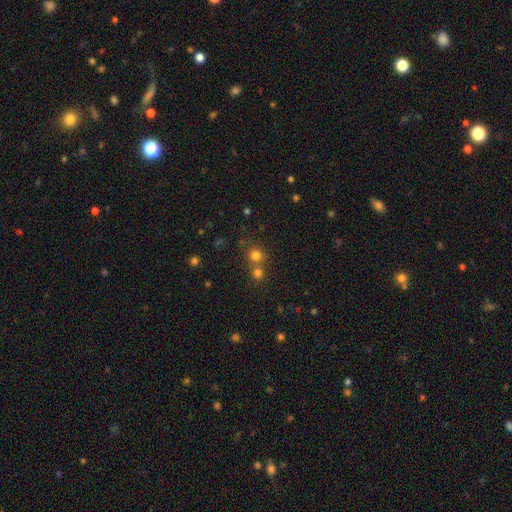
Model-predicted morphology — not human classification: Smooth or featured: smooth — 75% (star or artifact — 18%)
How rounded: round — 89% (in between — 10%)
Merging: none — 57% (merger — 35%)